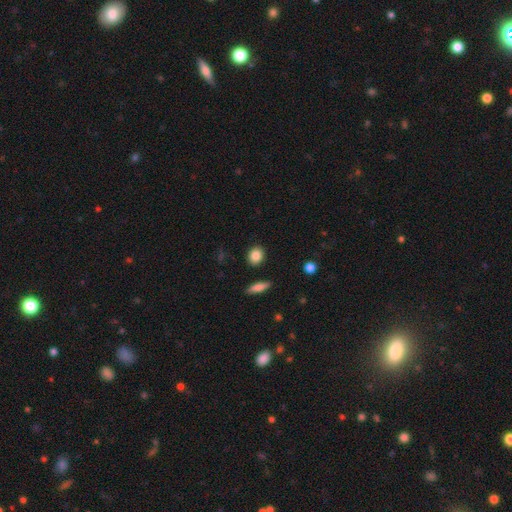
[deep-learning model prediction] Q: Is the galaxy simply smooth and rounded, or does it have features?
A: smooth — 86%.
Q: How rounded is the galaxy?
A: round — 61%.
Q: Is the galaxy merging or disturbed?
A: none — 89%.